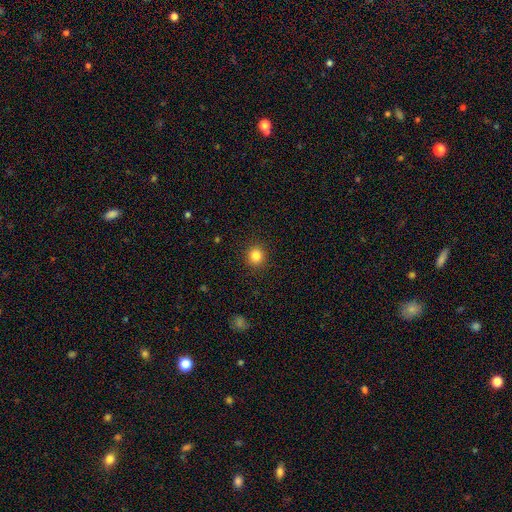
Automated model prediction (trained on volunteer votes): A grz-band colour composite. It shows a smooth galaxy with no disk features (84%) that is round (90%). Merging: none (92%).